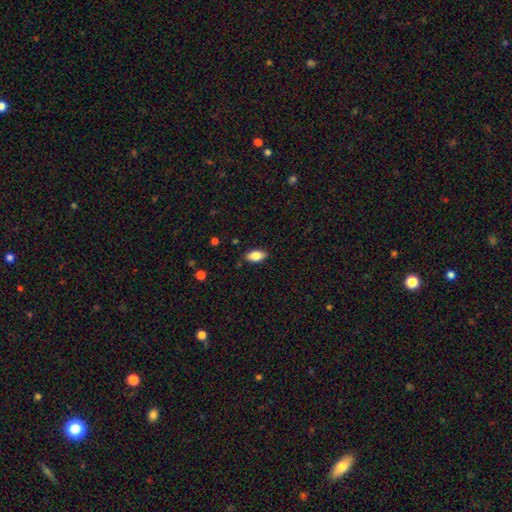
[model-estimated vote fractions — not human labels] Q: Smooth or featured?
A: smooth (82%); runner-up: featured or disk (10%)
Q: How rounded?
A: in between (91%); runner-up: cigar-shaped (5%)
Q: Merging?
A: none (86%); runner-up: minor disturbance (11%)